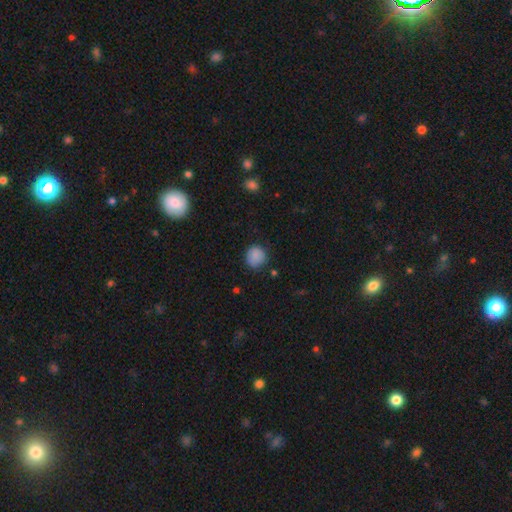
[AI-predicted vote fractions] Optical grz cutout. It shows a smooth galaxy with no disk features (85%) that is round (87%). Merging: none (75%).